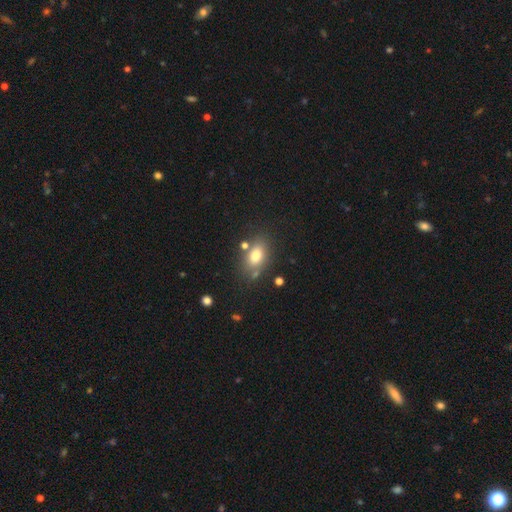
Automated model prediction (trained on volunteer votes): Smooth or featured: smooth — 76% (featured or disk — 13%)
How rounded: in between — 79% (round — 18%)
Merging: none — 73% (minor disturbance — 14%)